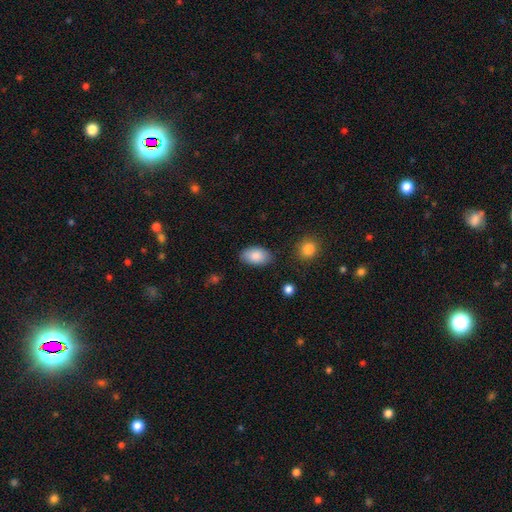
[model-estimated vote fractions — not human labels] Morphology: type=smooth (87%); roundness=in between (92%); merging=none (81%).